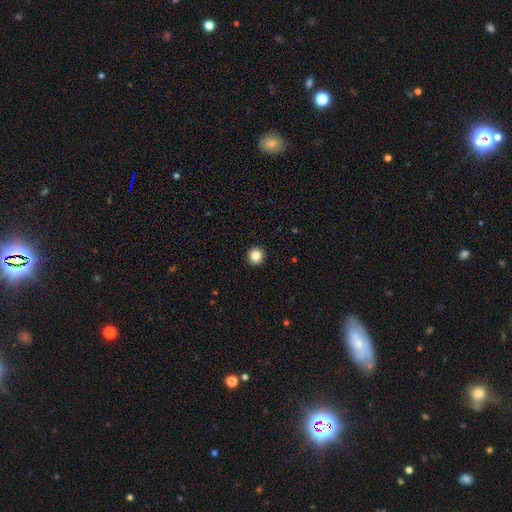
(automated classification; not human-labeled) Overall: smooth (85%). How rounded: round (95%). Merging: none (94%).